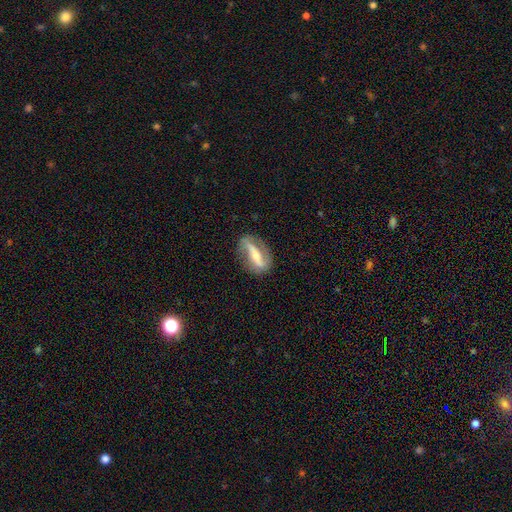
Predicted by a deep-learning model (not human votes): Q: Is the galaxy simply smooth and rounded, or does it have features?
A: featured or disk — 74%.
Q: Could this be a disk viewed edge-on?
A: no — 82%.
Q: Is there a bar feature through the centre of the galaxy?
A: strong — 67%.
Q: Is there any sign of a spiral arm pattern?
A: yes — 79%.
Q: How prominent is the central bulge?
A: moderate — 48%.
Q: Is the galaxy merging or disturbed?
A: none — 73%.